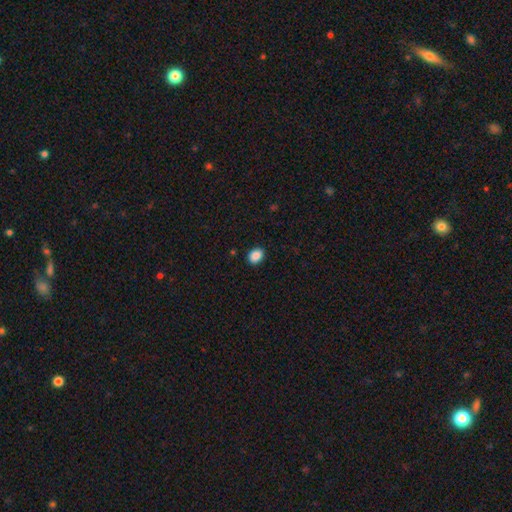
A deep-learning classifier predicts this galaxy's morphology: smooth 89%, star or artifact 9%, featured or disk 3%. Down the decision tree: how rounded — in between (58%); merging — none (89%).